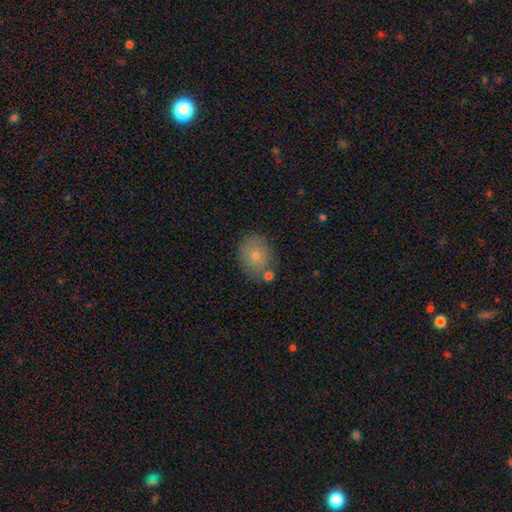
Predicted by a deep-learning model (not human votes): A smooth galaxy with no disk features (73%) that is round (61%). Merging: none (78%).